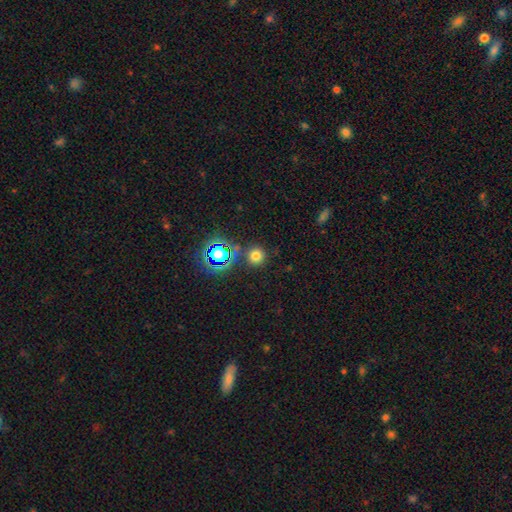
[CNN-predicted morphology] Overall: smooth (69%). How rounded: round (93%). Merging: none (83%).